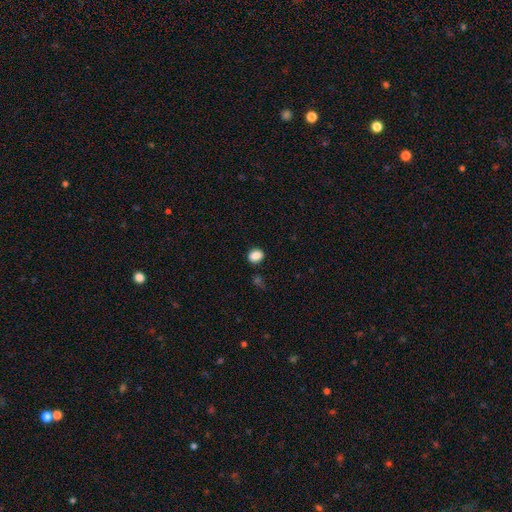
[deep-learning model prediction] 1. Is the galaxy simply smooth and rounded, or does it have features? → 87% smooth, 9% star or artifact, 4% featured or disk.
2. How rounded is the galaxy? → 54% in between, 44% round, 1% cigar-shaped.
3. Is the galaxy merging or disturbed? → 83% none, 11% minor disturbance, 3% major disturbance, 3% merger.